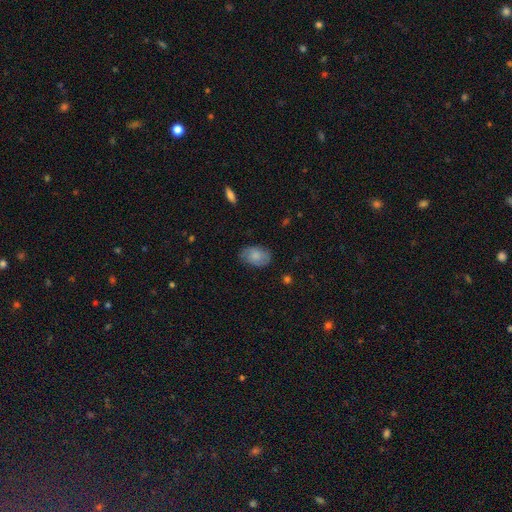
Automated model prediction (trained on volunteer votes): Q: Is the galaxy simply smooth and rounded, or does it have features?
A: smooth — 70%.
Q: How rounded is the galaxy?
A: in between — 87%.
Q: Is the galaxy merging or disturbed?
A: none — 73%.